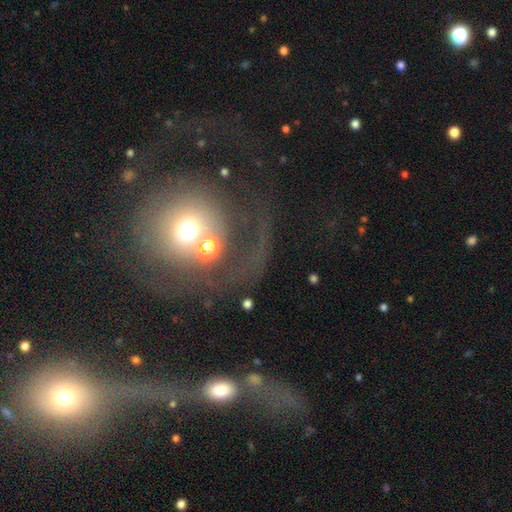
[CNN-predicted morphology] A featured or disk galaxy (48%). Merging: merger (36%).